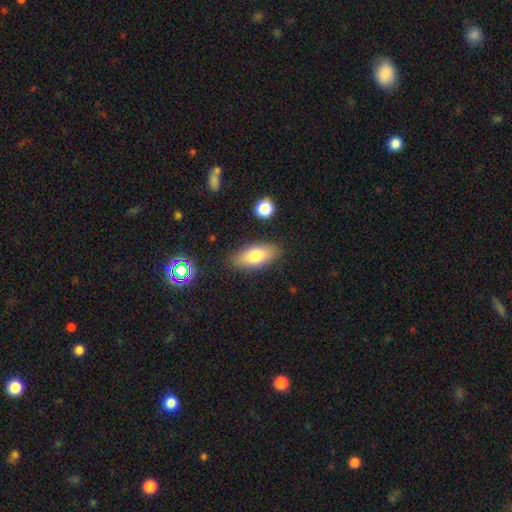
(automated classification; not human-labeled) This is likely a smooth galaxy (75%). How rounded: clearly in between (83%). Merging: clearly none (84%).